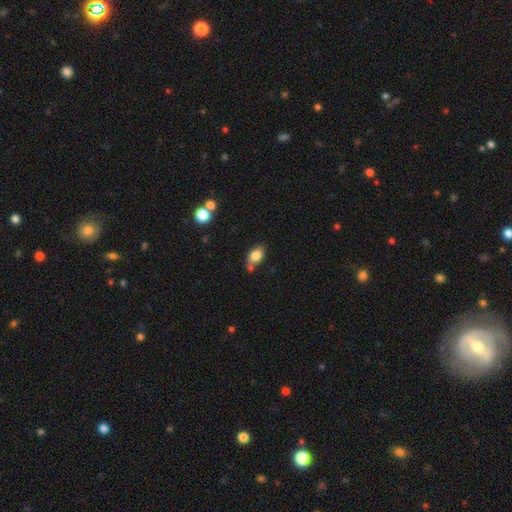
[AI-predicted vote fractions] Smooth or featured? smooth (82%)
How rounded? in between (83%)
Merging? none (60%)